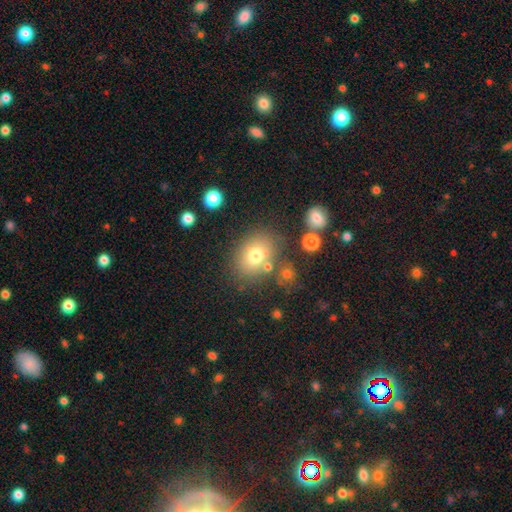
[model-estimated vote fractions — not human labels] Overall: smooth (71%). How rounded: in between (56%; round 43%). Merging: none (70%).